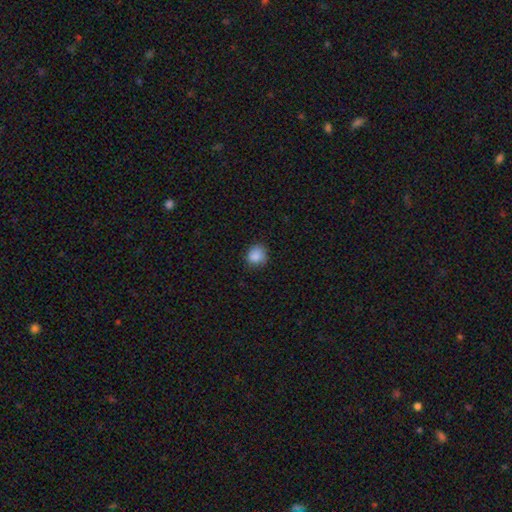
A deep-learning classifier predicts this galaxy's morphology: smooth-or-featured: smooth: 87% | star or artifact: 9% | featured or disk: 4%
  how-rounded: round: 80% | in between: 19% | cigar-shaped: 1%
  merging: none: 77% | minor disturbance: 19% | major disturbance: 3% | merger: 1%